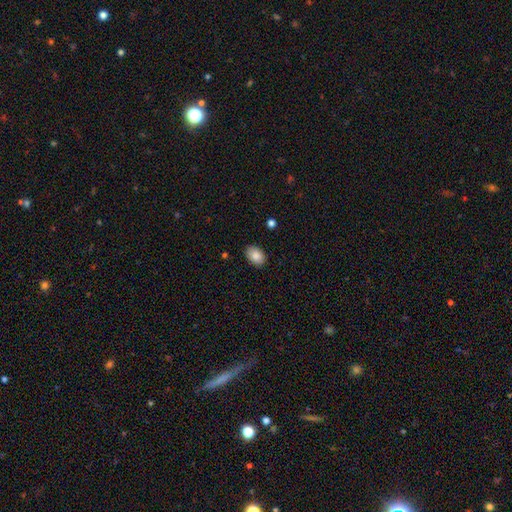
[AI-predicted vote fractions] Smooth or featured?
  - smooth: 86% *
  - star or artifact: 7%
  - featured or disk: 7%
How rounded?
  - in between: 84% *
  - round: 15%
  - cigar-shaped: 1%
Merging?
  - none: 88% *
  - minor disturbance: 9%
  - major disturbance: 2%
  - merger: 1%